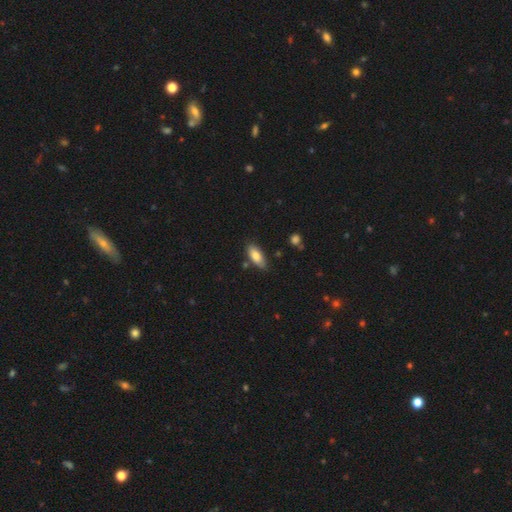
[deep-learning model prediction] This appears to be a smooth galaxy with no disk features (80%) that is in between round and cigar-shaped (83%). Merging: none (76%).